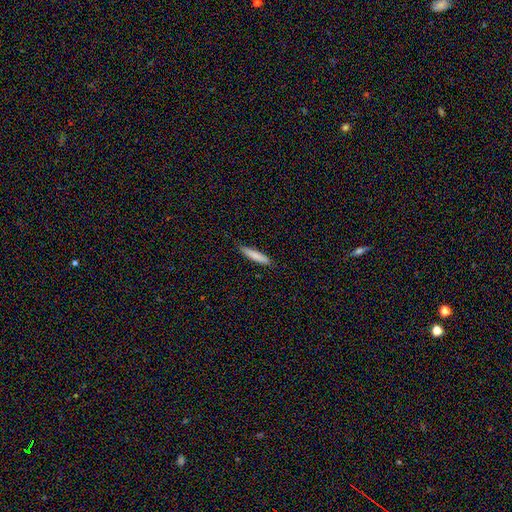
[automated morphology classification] Smooth or featured? Predicted: smooth (p=0.83). How rounded? Predicted: cigar-shaped (p=0.86). Merging? Predicted: none (p=0.87).